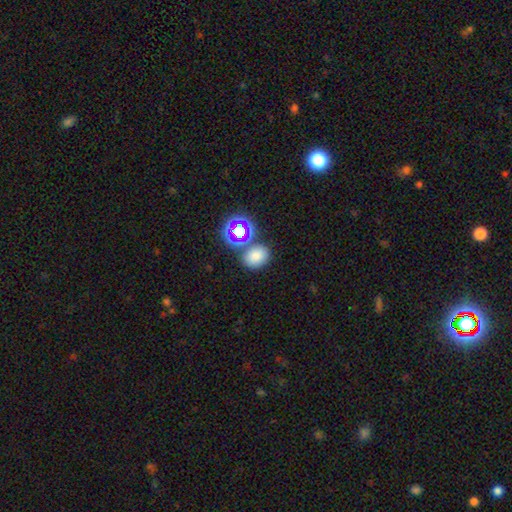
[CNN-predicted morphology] This is likely a smooth galaxy (72%). How rounded: possibly in between (57%). Merging: likely none (66%).